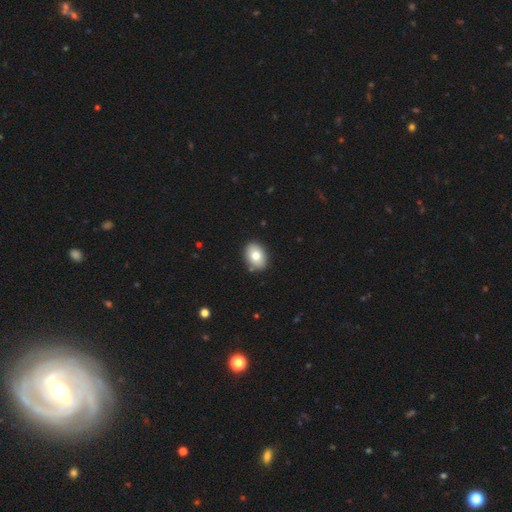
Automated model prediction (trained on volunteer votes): Smooth or featured: smooth — 78% (featured or disk — 14%)
How rounded: in between — 77% (round — 22%)
Merging: none — 88% (minor disturbance — 8%)